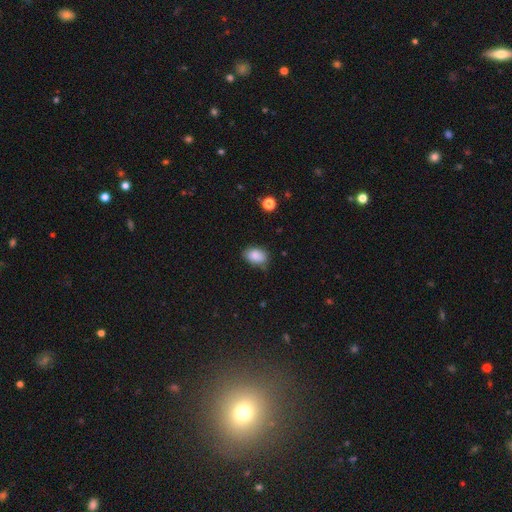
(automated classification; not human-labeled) This appears to be a smooth galaxy with no disk features (86%) that is in between round and cigar-shaped (82%). Merging: none (70%).